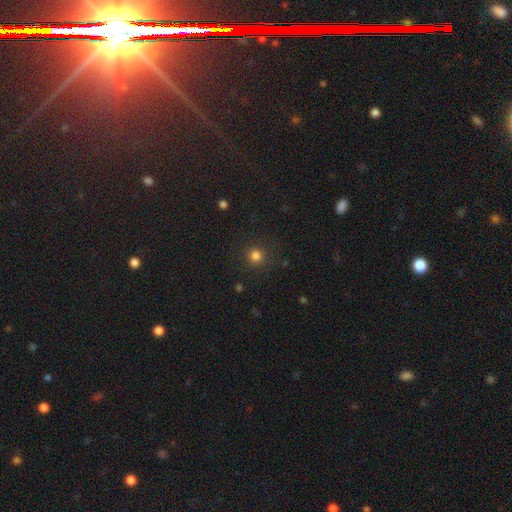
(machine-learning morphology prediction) A smooth galaxy with no disk features (81%) that is round (93%).

Vote fractions:
- Smooth or featured? smooth: 81% / star or artifact: 14% / featured or disk: 5%
- How rounded? round: 93% / in between: 6% / cigar-shaped: 1%
- Merging? none: 89% / minor disturbance: 7% / major disturbance: 3% / merger: 1%